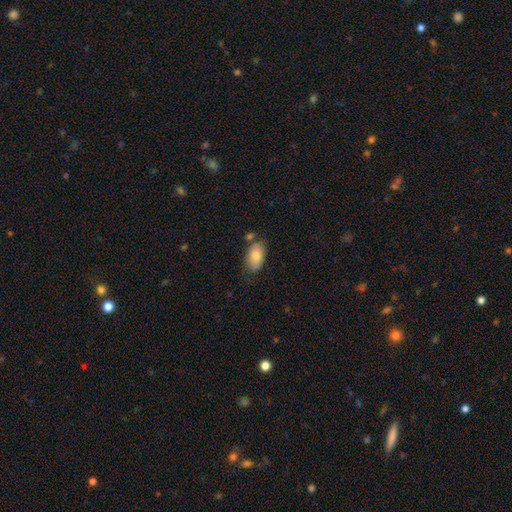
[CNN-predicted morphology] Overall: smooth (81%). How rounded: in between (93%). Merging: none (62%; minor disturbance 23%).